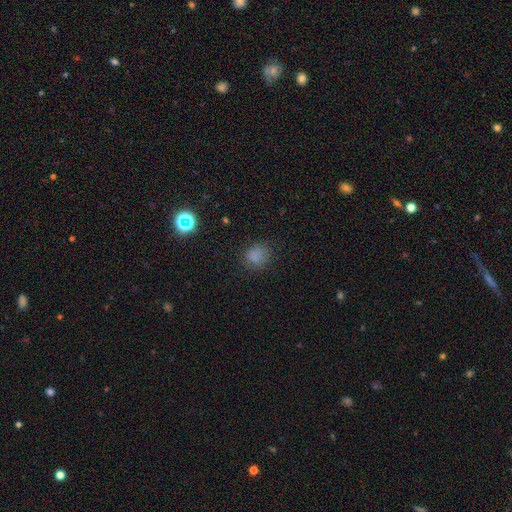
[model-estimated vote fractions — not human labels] smooth-or-featured: smooth: 76% | star or artifact: 18% | featured or disk: 6%
  how-rounded: round: 78% | in between: 21% | cigar-shaped: 1%
  merging: none: 76% | minor disturbance: 16% | major disturbance: 6% | merger: 1%